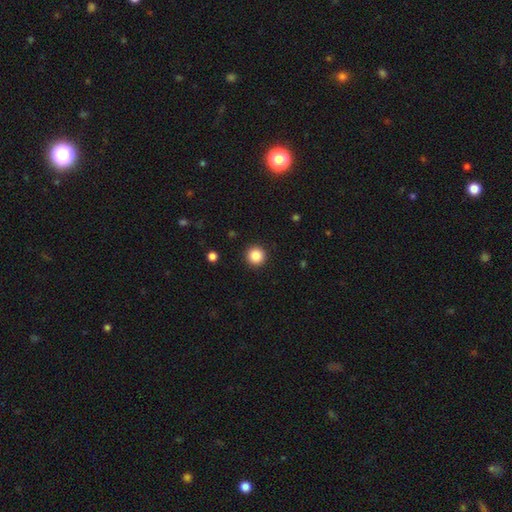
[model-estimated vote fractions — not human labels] Overall: smooth (86%). How rounded: round (96%). Merging: none (93%).